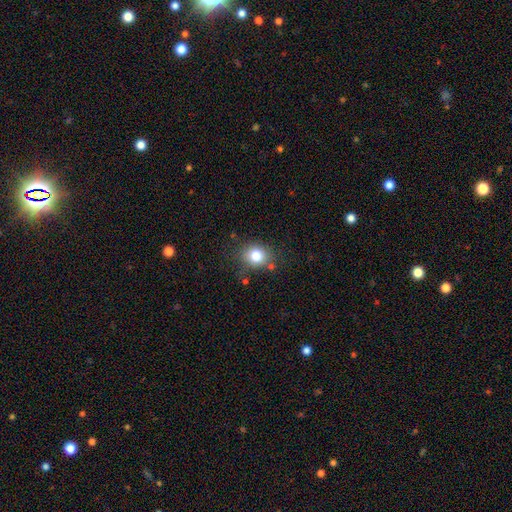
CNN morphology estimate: The model was most divided on "how rounded": round: 69%, in between: 30%, cigar-shaped: 1%. More confident: smooth or featured — smooth (79%); merging — none (78%).